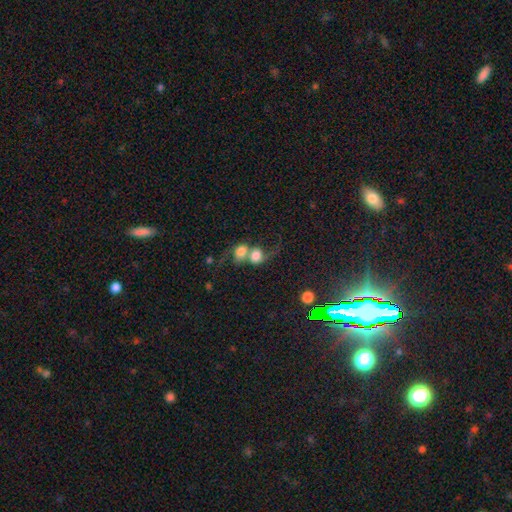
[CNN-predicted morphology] Smooth or featured?
  - smooth: 61% *
  - featured or disk: 28%
  - star or artifact: 11%
How rounded?
  - round: 60% *
  - in between: 39%
  - cigar-shaped: 2%
Merging?
  - merger: 80% *
  - none: 9%
  - major disturbance: 7%
  - minor disturbance: 4%